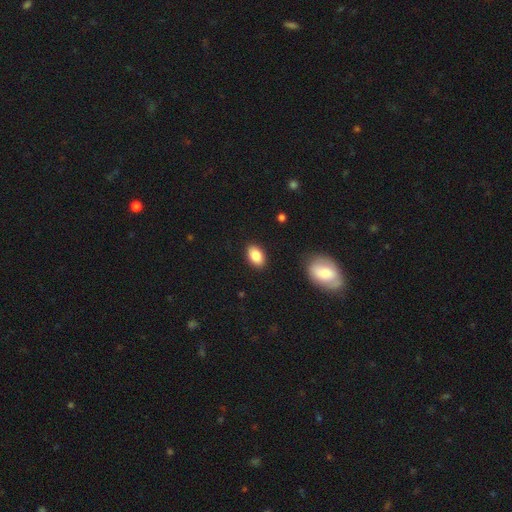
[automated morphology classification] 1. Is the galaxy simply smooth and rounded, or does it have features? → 86% smooth, 8% star or artifact, 6% featured or disk.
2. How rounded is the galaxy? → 89% in between, 9% round, 1% cigar-shaped.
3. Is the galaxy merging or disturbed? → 89% none, 8% minor disturbance, 2% major disturbance, 1% merger.